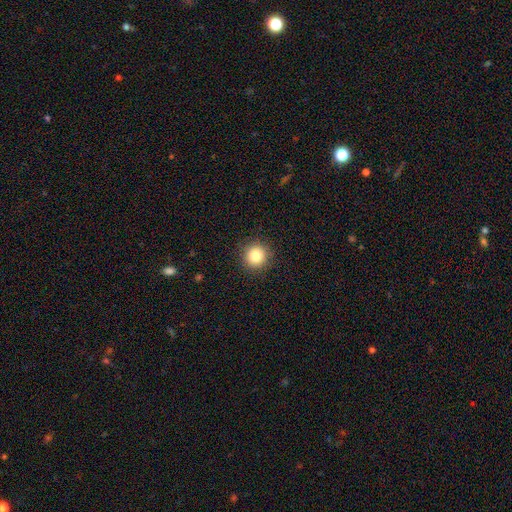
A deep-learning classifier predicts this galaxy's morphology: smooth 83%, star or artifact 11%, featured or disk 6%. Down the decision tree: how rounded — round (93%); merging — none (91%).